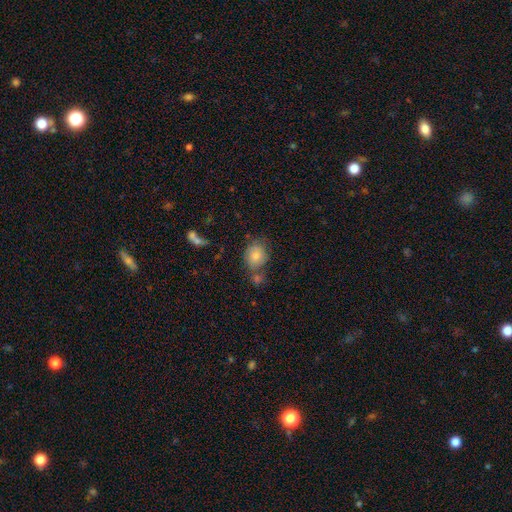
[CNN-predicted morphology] The model was most divided on "how rounded": round: 53%, in between: 45%, cigar-shaped: 1%. More confident: smooth or featured — smooth (80%); merging — none (58%).